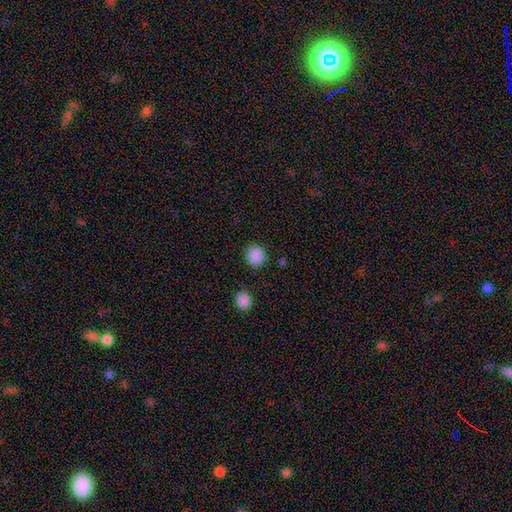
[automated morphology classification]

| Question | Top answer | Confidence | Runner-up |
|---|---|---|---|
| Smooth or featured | smooth | 87% | star or artifact (10%) |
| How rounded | round | 88% | in between (11%) |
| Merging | none | 88% | minor disturbance (7%) |